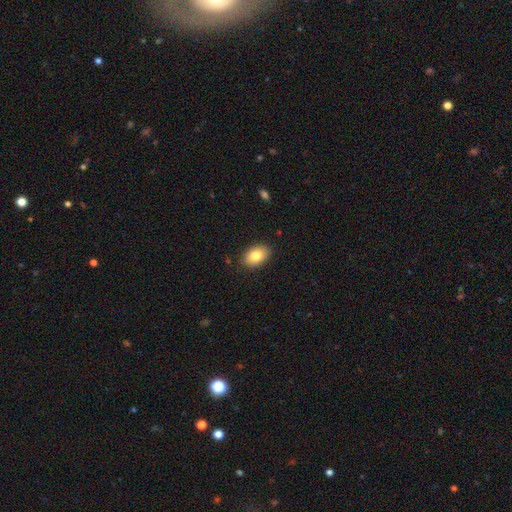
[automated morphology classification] Smooth or featured? Predicted: smooth (p=0.83). How rounded? Predicted: in between (p=0.88). Merging? Predicted: none (p=0.88).